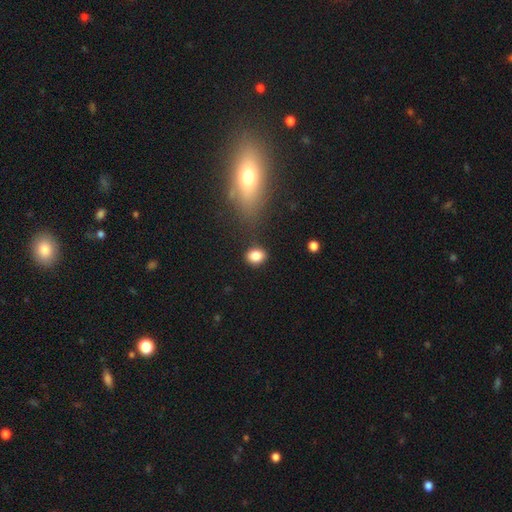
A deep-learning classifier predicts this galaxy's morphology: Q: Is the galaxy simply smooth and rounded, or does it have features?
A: smooth — 84%.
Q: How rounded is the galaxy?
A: in between — 54%.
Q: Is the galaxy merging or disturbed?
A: none — 84%.